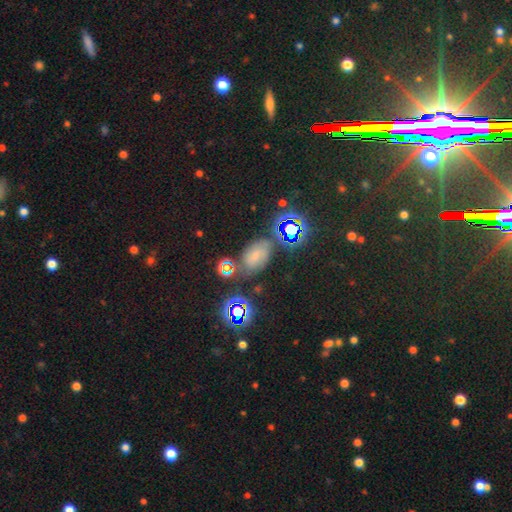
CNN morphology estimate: Q: Smooth or featured?
A: smooth (40%); runner-up: star or artifact (38%)
Q: Merging?
A: none (67%); runner-up: minor disturbance (19%)